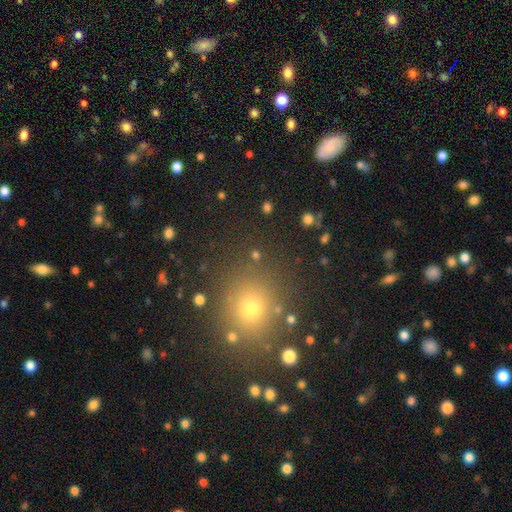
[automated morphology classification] Smooth or featured? smooth (66%)
How rounded? round (76%)
Merging? none (85%)